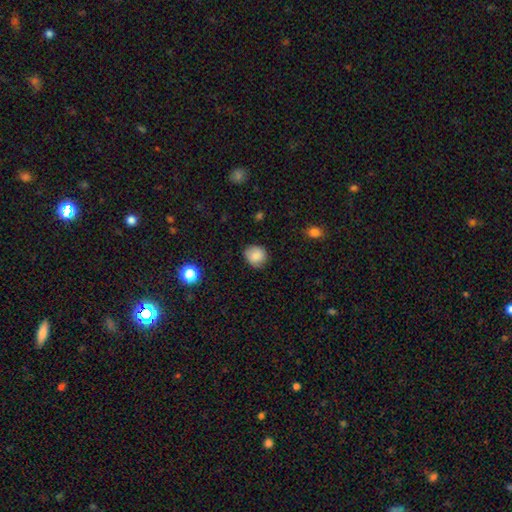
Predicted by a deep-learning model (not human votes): Morphology: type=smooth (84%); roundness=round (83%); merging=none (83%).